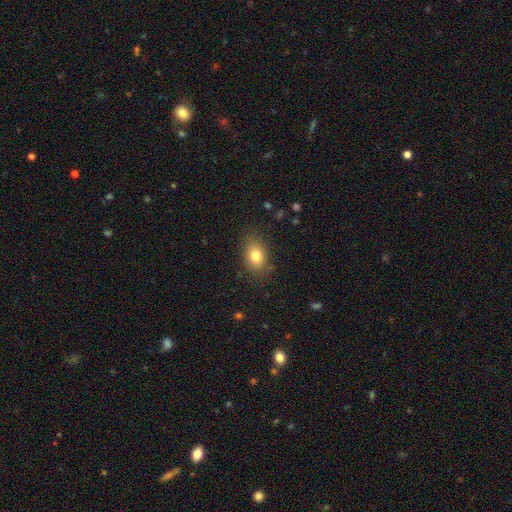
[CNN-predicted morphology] This is likely a smooth galaxy (79%). How rounded: likely in between (76%). Merging: clearly none (83%).